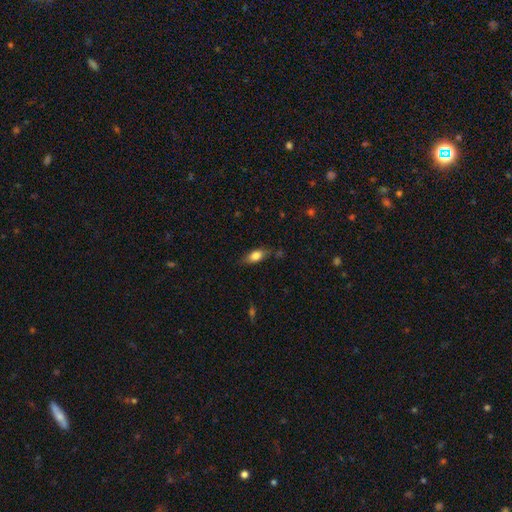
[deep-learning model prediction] Morphology: type=smooth (76%); roundness=in between (81%); merging=none (70%).